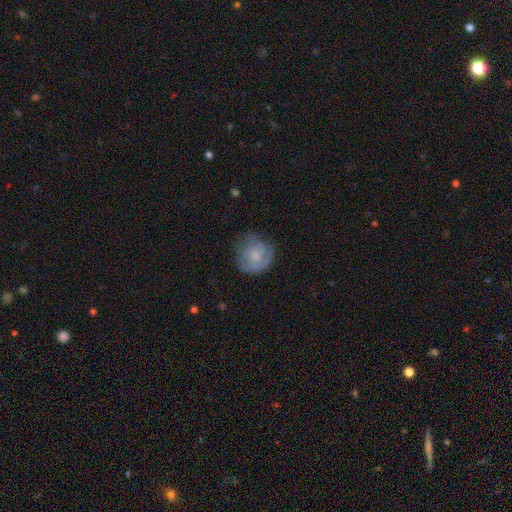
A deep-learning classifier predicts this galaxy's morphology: This appears to be a featured or disk galaxy (48%). Merging: none (64%).